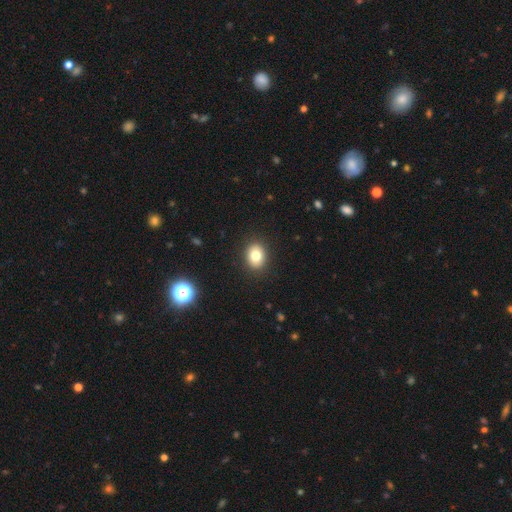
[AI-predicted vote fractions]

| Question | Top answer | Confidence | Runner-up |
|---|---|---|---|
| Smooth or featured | smooth | 80% | star or artifact (10%) |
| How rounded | in between | 53% | round (47%) |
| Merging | none | 90% | minor disturbance (7%) |